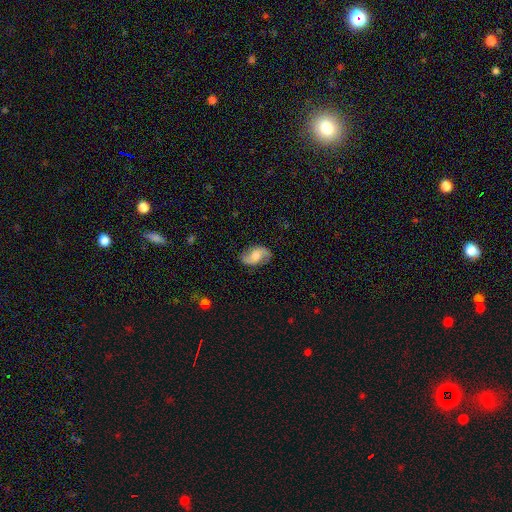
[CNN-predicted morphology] Q: Smooth or featured?
A: featured or disk (73%); runner-up: smooth (20%)
Q: Edge-on disk?
A: no (97%); runner-up: yes (3%)
Q: Bar?
A: no (53%); runner-up: weak (39%)
Q: Spiral arms?
A: yes (94%); runner-up: no (6%)
Q: Spiral winding?
A: loose (53%); runner-up: medium (36%)
Q: Spiral arm count?
A: 2 (92%); runner-up: can't tell (3%)
Q: Bulge size?
A: moderate (51%); runner-up: small (22%)
Q: Merging?
A: none (80%); runner-up: minor disturbance (14%)